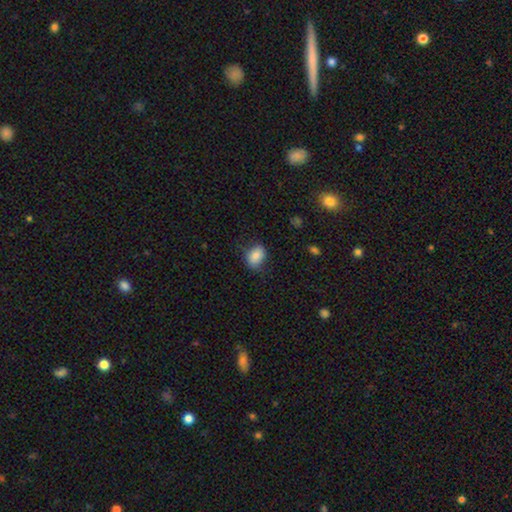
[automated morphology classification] smooth-or-featured: smooth: 84% | star or artifact: 8% | featured or disk: 7%
  how-rounded: in between: 68% | round: 31% | cigar-shaped: 1%
  merging: none: 71% | minor disturbance: 22% | major disturbance: 6% | merger: 1%